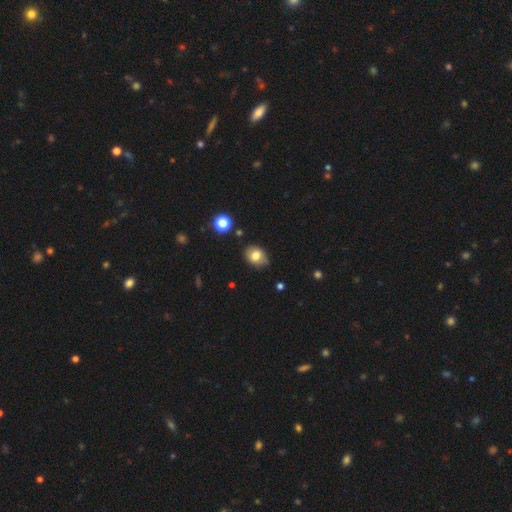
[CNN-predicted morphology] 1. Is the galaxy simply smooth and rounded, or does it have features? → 78% smooth, 12% featured or disk, 10% star or artifact.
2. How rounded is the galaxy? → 59% in between, 40% round, 1% cigar-shaped.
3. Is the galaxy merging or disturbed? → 75% none, 19% minor disturbance, 3% major disturbance, 2% merger.